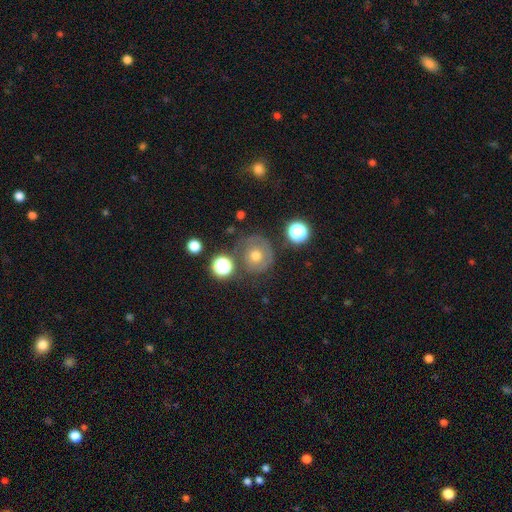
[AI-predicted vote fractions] Smooth or featured? Predicted: smooth (p=0.55). How rounded? Predicted: round (p=0.88). Merging? Predicted: none (p=0.68).